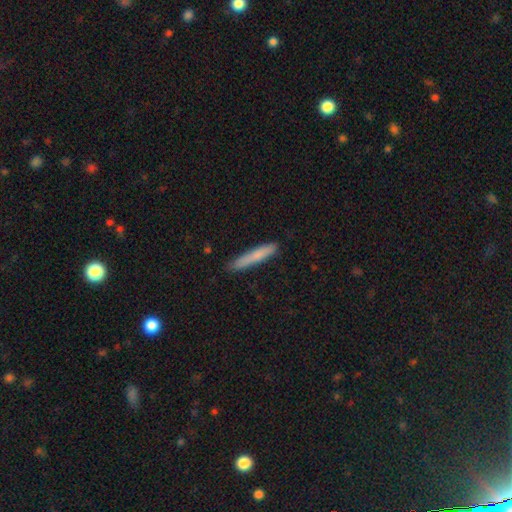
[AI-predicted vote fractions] This is likely a smooth galaxy (76%). How rounded: clearly cigar-shaped (94%). Merging: clearly none (85%).